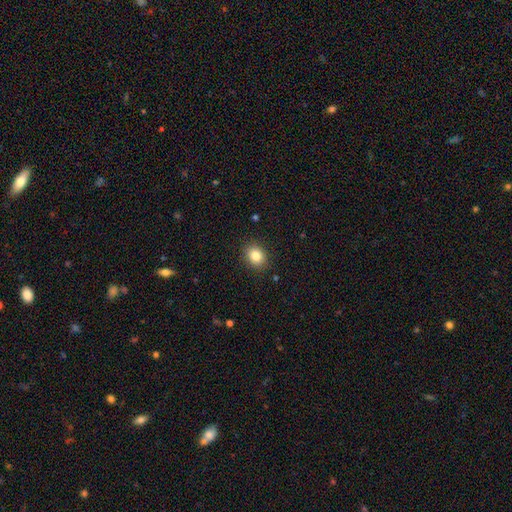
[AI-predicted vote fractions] Smooth or featured: smooth — 83% (star or artifact — 10%)
How rounded: round — 59% (in between — 40%)
Merging: none — 89% (minor disturbance — 8%)